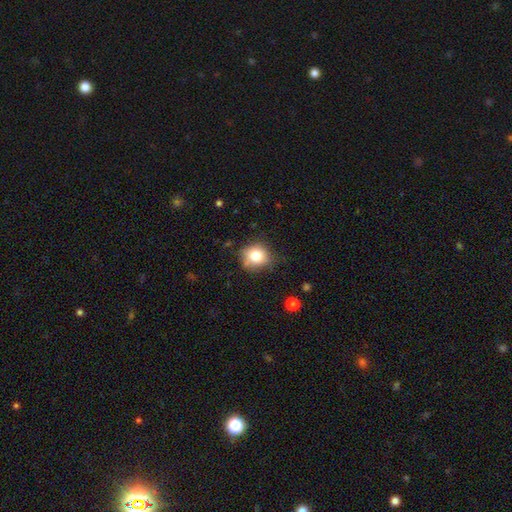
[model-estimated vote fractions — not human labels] This is likely a smooth galaxy (79%). How rounded: clearly round (83%). Merging: likely none (75%).